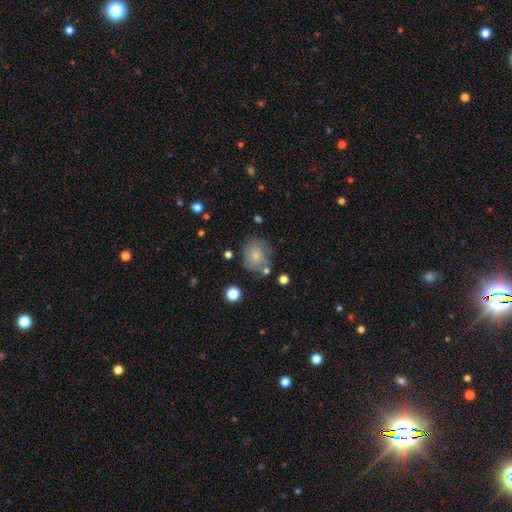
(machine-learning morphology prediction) A smooth galaxy with no disk features (72%) that is round (64%).

Vote fractions:
- Smooth or featured? smooth: 72% / featured or disk: 18% / star or artifact: 9%
- How rounded? round: 64% / in between: 35% / cigar-shaped: 1%
- Merging? none: 60% / minor disturbance: 23% / major disturbance: 10% / merger: 7%